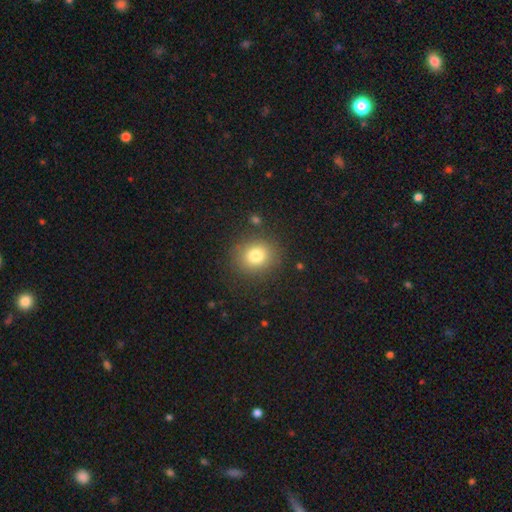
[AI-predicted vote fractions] Smooth or featured?
  - smooth: 79% *
  - star or artifact: 12%
  - featured or disk: 9%
How rounded?
  - round: 78% *
  - in between: 21%
  - cigar-shaped: 1%
Merging?
  - none: 86% *
  - minor disturbance: 8%
  - major disturbance: 4%
  - merger: 2%